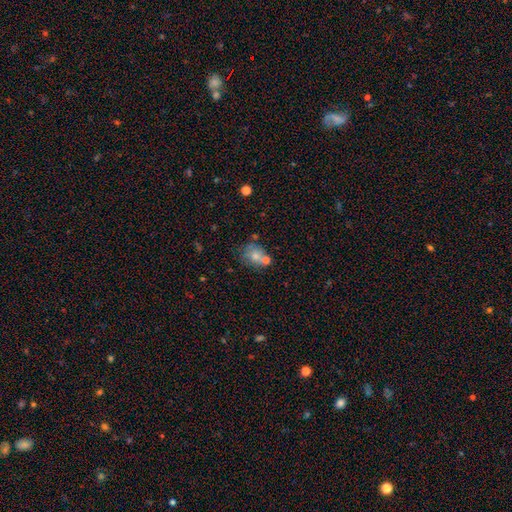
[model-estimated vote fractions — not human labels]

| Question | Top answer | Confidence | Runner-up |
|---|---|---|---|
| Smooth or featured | smooth | 68% | featured or disk (21%) |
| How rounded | round | 61% | in between (38%) |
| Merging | none | 43% | merger (30%) |